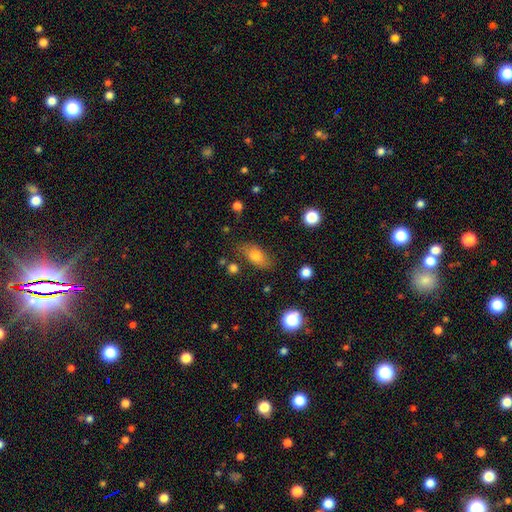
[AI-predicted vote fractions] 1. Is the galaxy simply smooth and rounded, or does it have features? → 73% smooth, 17% featured or disk, 10% star or artifact.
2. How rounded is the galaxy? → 83% in between, 9% round, 7% cigar-shaped.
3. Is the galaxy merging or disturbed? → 75% none, 17% minor disturbance, 5% major disturbance, 4% merger.